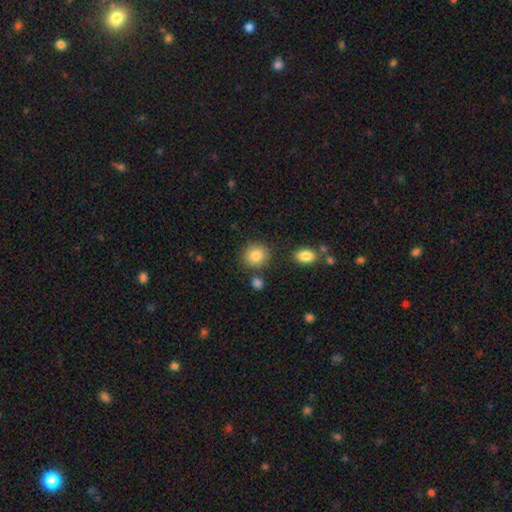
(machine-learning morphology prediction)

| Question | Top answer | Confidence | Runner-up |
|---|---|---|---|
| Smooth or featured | smooth | 85% | star or artifact (9%) |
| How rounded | round | 84% | in between (15%) |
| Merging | none | 82% | minor disturbance (9%) |